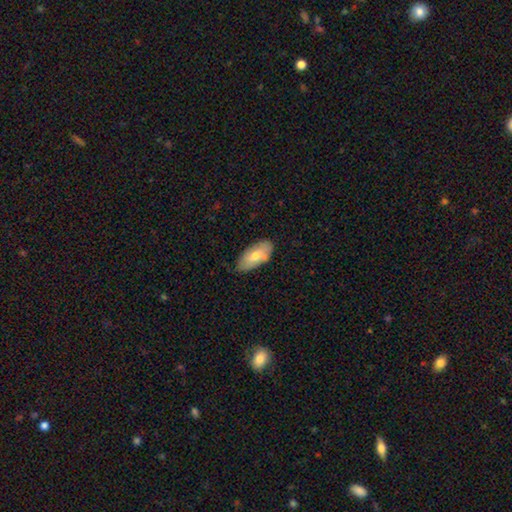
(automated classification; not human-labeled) smooth 66%, featured or disk 28%, star or artifact 6%. Down the decision tree: how rounded — in between (91%); merging — none (70%).